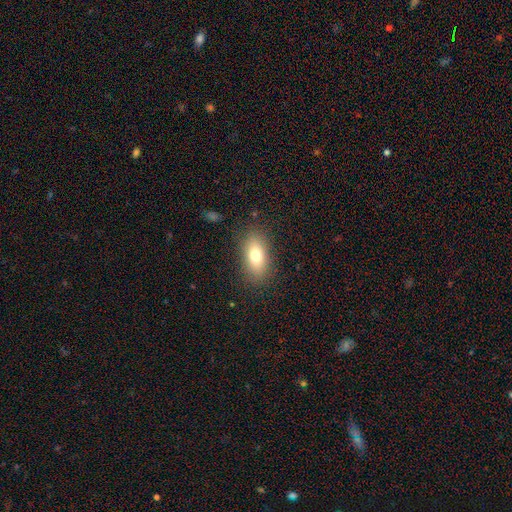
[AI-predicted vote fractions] This appears to be a smooth galaxy with no disk features (75%) that is in between round and cigar-shaped (85%). Merging: none (85%).